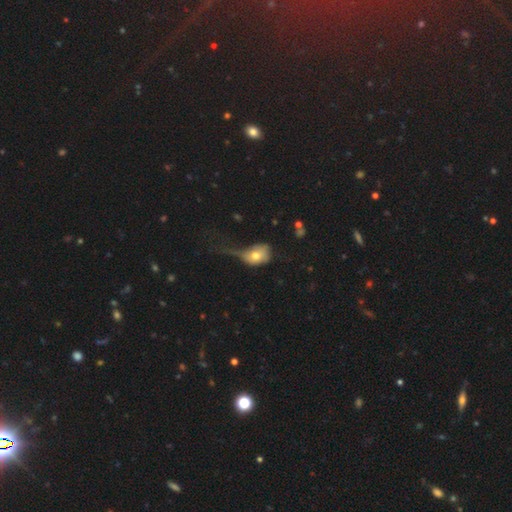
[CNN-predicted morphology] Smooth or featured?
  - smooth: 70% *
  - featured or disk: 21%
  - star or artifact: 9%
How rounded?
  - in between: 64% *
  - round: 34%
  - cigar-shaped: 2%
Merging?
  - major disturbance: 47% *
  - minor disturbance: 30%
  - none: 18%
  - merger: 5%